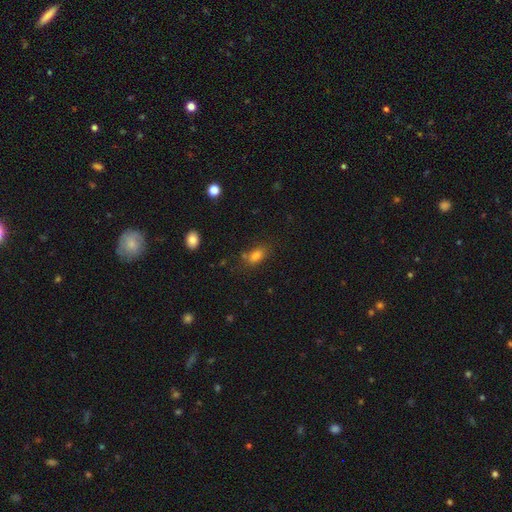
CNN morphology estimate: Smooth or featured?
  - smooth: 80% *
  - star or artifact: 12%
  - featured or disk: 8%
How rounded?
  - in between: 84% *
  - round: 10%
  - cigar-shaped: 6%
Merging?
  - none: 68% *
  - minor disturbance: 18%
  - merger: 8%
  - major disturbance: 6%